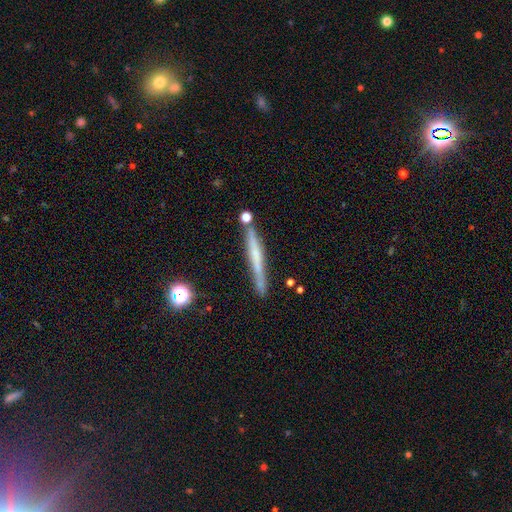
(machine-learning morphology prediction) Smooth or featured? Predicted: featured or disk (p=0.53). Edge-on disk? Predicted: yes (p=0.95). Merging? Predicted: none (p=0.79).